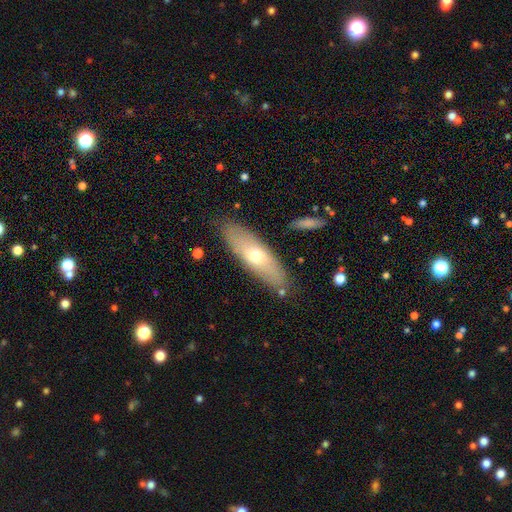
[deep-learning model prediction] Q: Smooth or featured?
A: smooth (56%); runner-up: featured or disk (38%)
Q: How rounded?
A: in between (52%); runner-up: cigar-shaped (46%)
Q: Merging?
A: none (83%); runner-up: minor disturbance (12%)